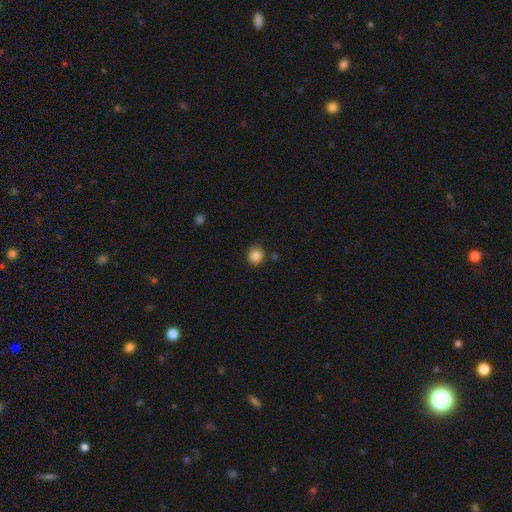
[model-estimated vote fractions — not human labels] Morphology: type=smooth (85%); roundness=round (83%); merging=none (82%).